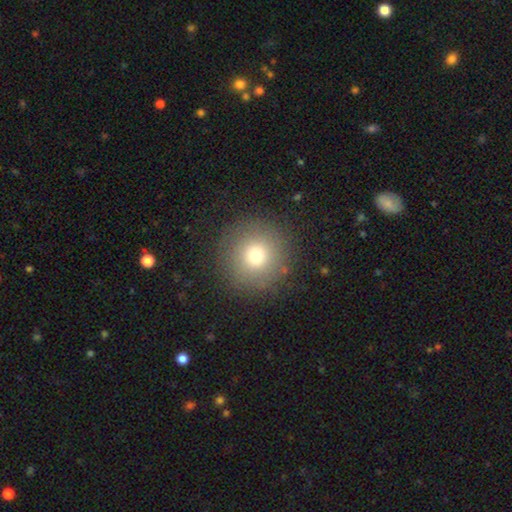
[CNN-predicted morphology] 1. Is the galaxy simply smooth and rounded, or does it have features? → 73% smooth, 15% star or artifact, 12% featured or disk.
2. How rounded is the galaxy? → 96% round, 3% in between, 1% cigar-shaped.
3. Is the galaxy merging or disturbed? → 89% none, 6% minor disturbance, 3% major disturbance, 1% merger.